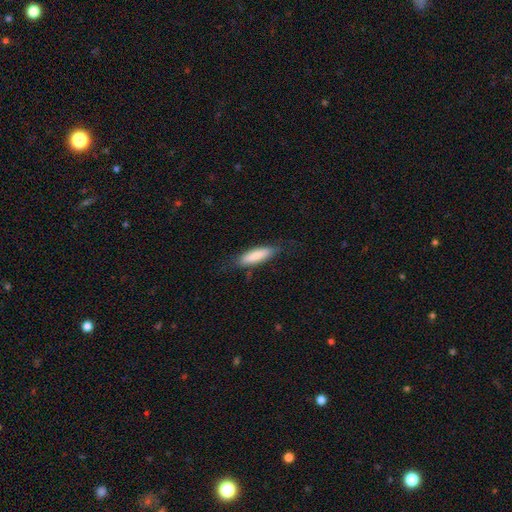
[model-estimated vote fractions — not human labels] Smooth or featured? smooth (82%)
How rounded? cigar-shaped (59%)
Merging? none (76%)